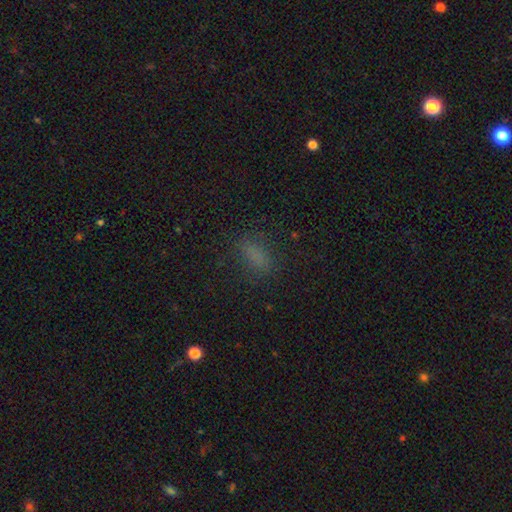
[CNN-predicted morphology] Smooth or featured: smooth — 75% (star or artifact — 17%)
How rounded: in between — 75% (cigar-shaped — 18%)
Merging: none — 78% (minor disturbance — 14%)